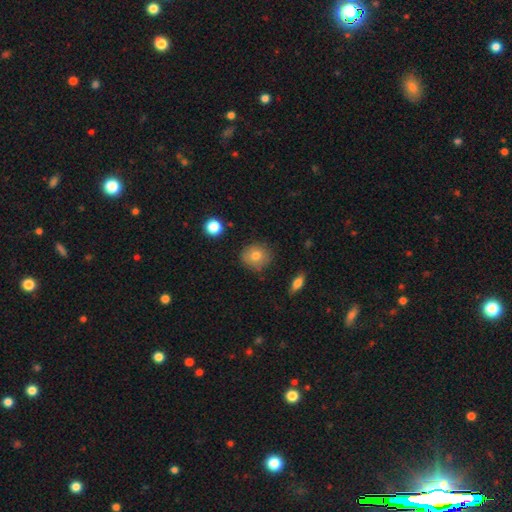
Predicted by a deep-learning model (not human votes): This appears to be a smooth galaxy with no disk features (77%) that is round (82%). Merging: none (82%).